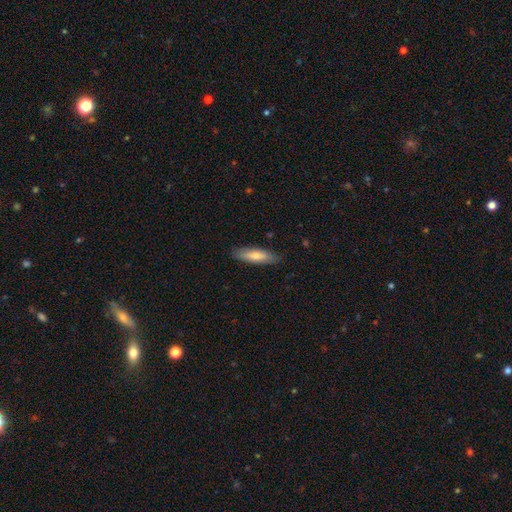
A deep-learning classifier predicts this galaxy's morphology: type=smooth (63%); roundness=cigar-shaped (68%); merging=none (87%).